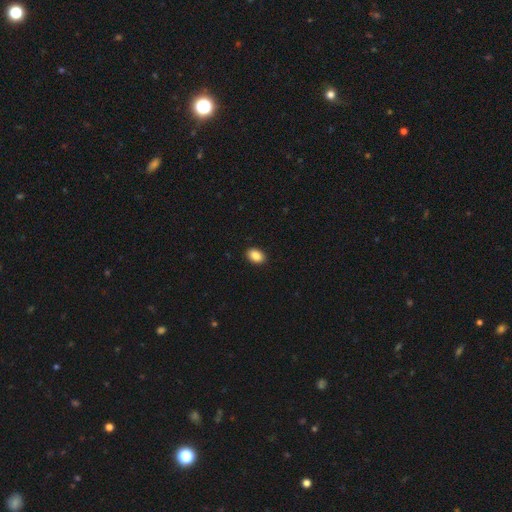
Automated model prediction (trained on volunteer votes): Smooth or featured: smooth — 89% (star or artifact — 8%)
How rounded: in between — 87% (round — 12%)
Merging: none — 91% (minor disturbance — 7%)